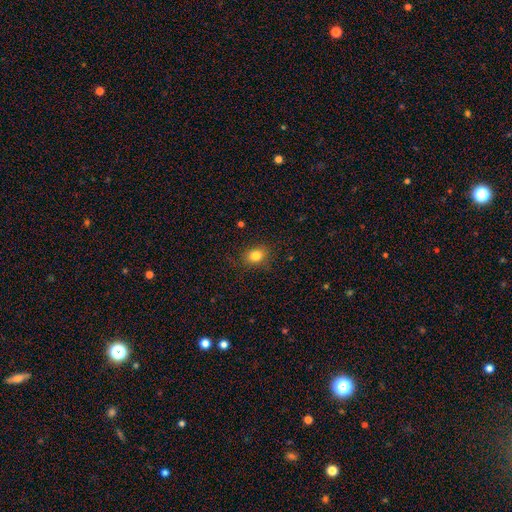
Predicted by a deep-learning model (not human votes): A smooth galaxy with no disk features (82%) that is in between round and cigar-shaped (56%).

Vote fractions:
- Smooth or featured? smooth: 82% / star or artifact: 11% / featured or disk: 7%
- How rounded? in between: 56% / round: 43% / cigar-shaped: 1%
- Merging? none: 82% / minor disturbance: 13% / major disturbance: 4% / merger: 1%